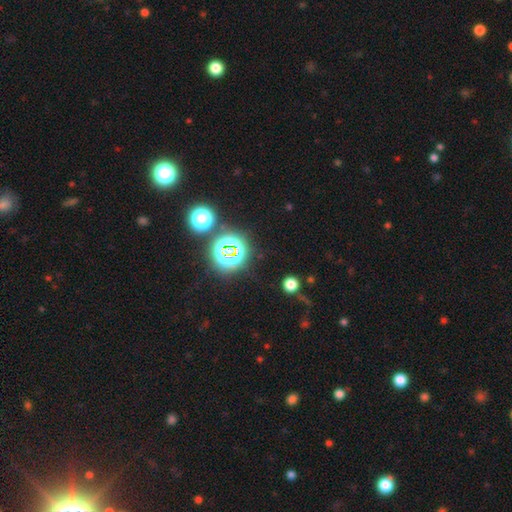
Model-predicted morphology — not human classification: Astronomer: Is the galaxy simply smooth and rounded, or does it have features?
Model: star or artifact — 78%.